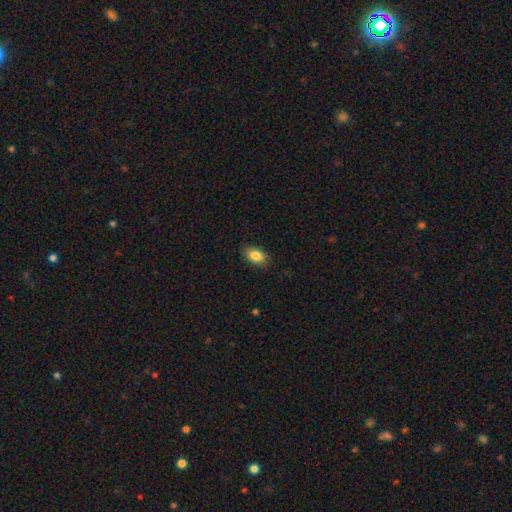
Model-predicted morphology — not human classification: Smooth or featured? smooth (85%)
How rounded? in between (89%)
Merging? none (86%)